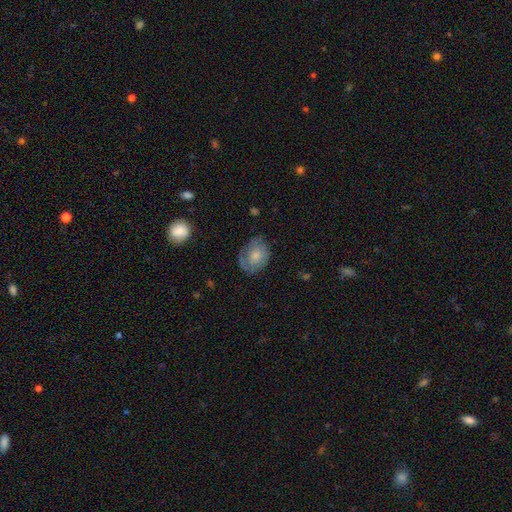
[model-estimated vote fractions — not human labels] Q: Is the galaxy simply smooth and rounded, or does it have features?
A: smooth — 58%.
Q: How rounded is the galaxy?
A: in between — 55%.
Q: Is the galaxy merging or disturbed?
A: none — 60%.